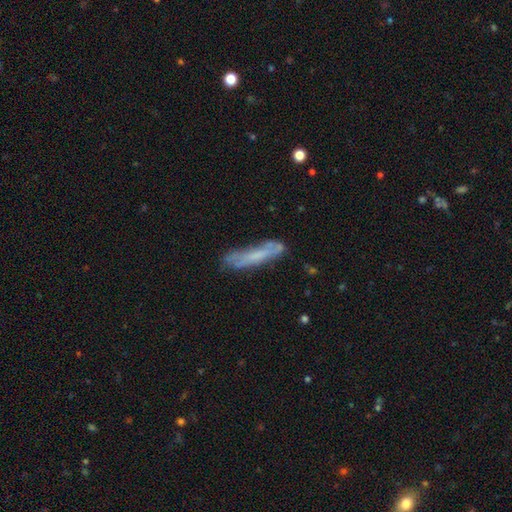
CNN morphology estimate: Q: Smooth or featured?
A: smooth (47%); runner-up: featured or disk (45%)
Q: Merging?
A: none (65%); runner-up: minor disturbance (23%)